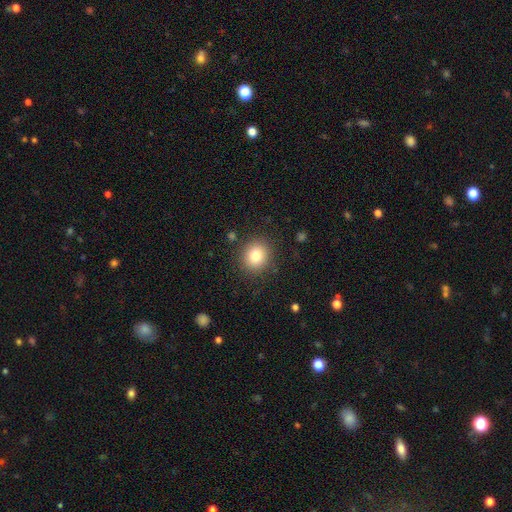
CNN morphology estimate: The model was most divided on "how rounded": round: 83%, in between: 17%, cigar-shaped: 1%. More confident: merging — none (87%); smooth or featured — smooth (80%).